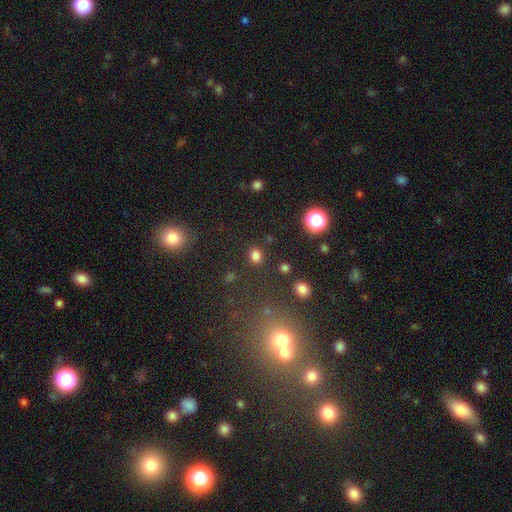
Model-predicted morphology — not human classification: Q: Smooth or featured?
A: smooth (79%); runner-up: star or artifact (16%)
Q: How rounded?
A: round (74%); runner-up: in between (25%)
Q: Merging?
A: none (86%); runner-up: minor disturbance (8%)